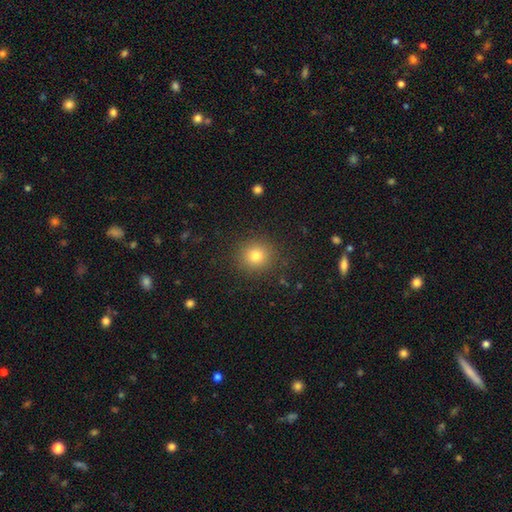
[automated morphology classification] smooth-or-featured: smooth: 80% | star or artifact: 13% | featured or disk: 7%
  how-rounded: round: 90% | in between: 9% | cigar-shaped: 1%
  merging: none: 90% | minor disturbance: 7% | major disturbance: 3% | merger: 1%